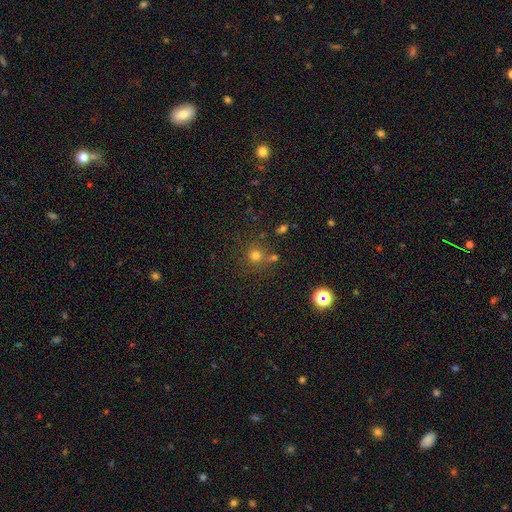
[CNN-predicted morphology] Smooth or featured? Predicted: smooth (p=0.70). How rounded? Predicted: round (p=0.92). Merging? Predicted: none (p=0.70).